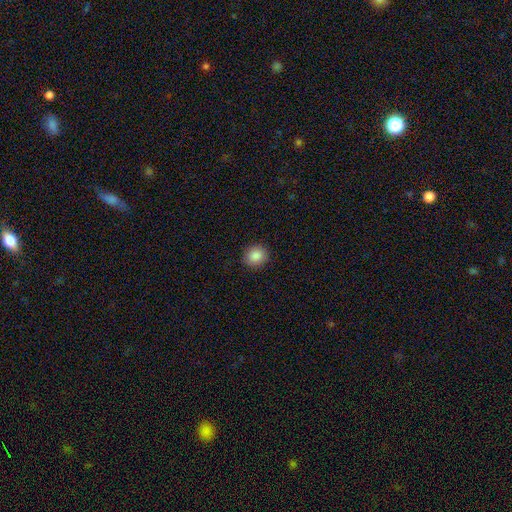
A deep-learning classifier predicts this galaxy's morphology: A smooth galaxy with no disk features (87%) that is round (83%).

Vote fractions:
- Smooth or featured? smooth: 87% / star or artifact: 9% / featured or disk: 4%
- How rounded? round: 83% / in between: 16% / cigar-shaped: 1%
- Merging? none: 89% / minor disturbance: 8% / major disturbance: 2% / merger: 1%